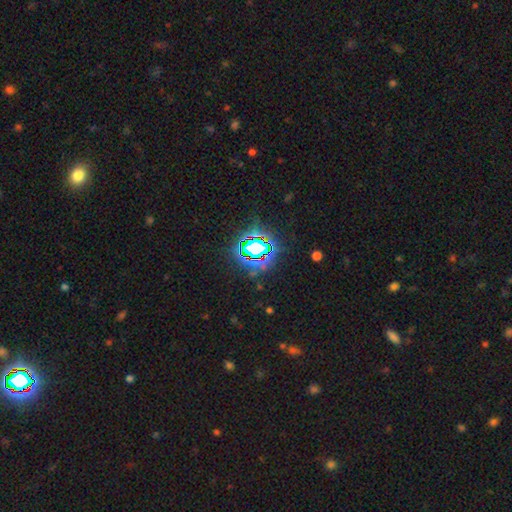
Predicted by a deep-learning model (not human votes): Overall: star or artifact (81%).